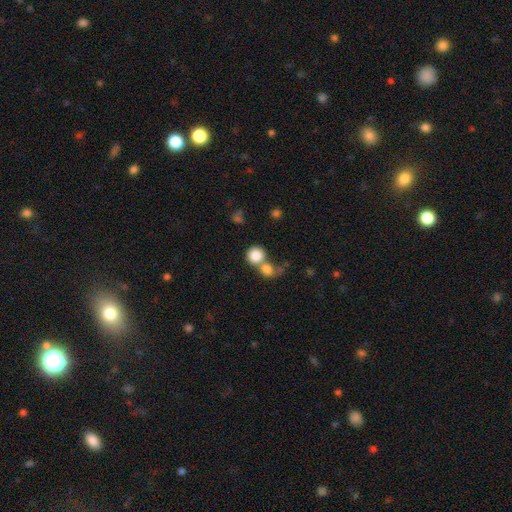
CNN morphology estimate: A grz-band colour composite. It shows a smooth galaxy with no disk features (83%) that is round (89%). Merging: merger (46%).